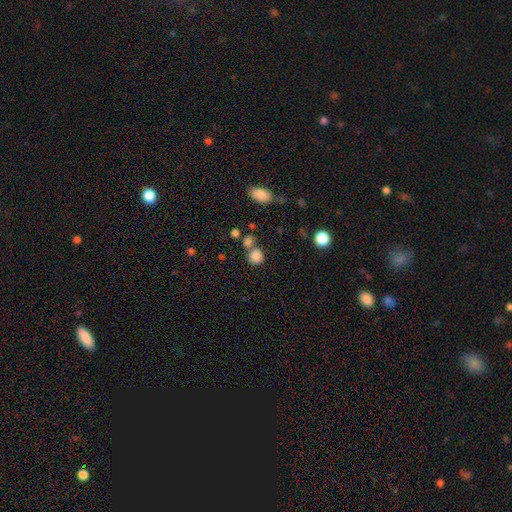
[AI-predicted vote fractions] smooth-or-featured: smooth: 83% | star or artifact: 11% | featured or disk: 5%
  how-rounded: round: 80% | in between: 18% | cigar-shaped: 1%
  merging: none: 56% | merger: 28% | minor disturbance: 11% | major disturbance: 5%